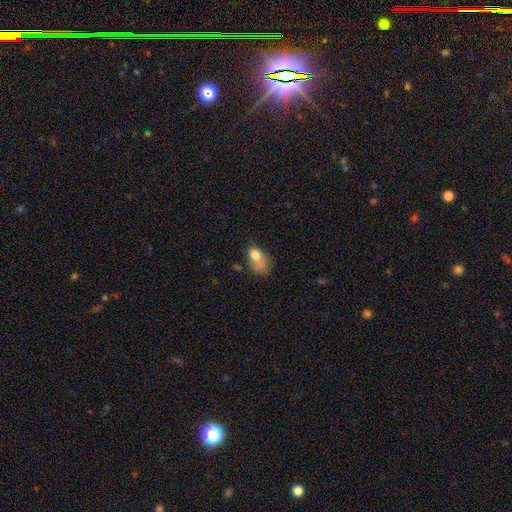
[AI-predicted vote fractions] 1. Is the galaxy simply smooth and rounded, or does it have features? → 73% smooth, 17% featured or disk, 11% star or artifact.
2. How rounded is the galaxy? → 72% in between, 26% round, 2% cigar-shaped.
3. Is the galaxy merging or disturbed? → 27% merger, 26% none, 24% minor disturbance, 23% major disturbance.